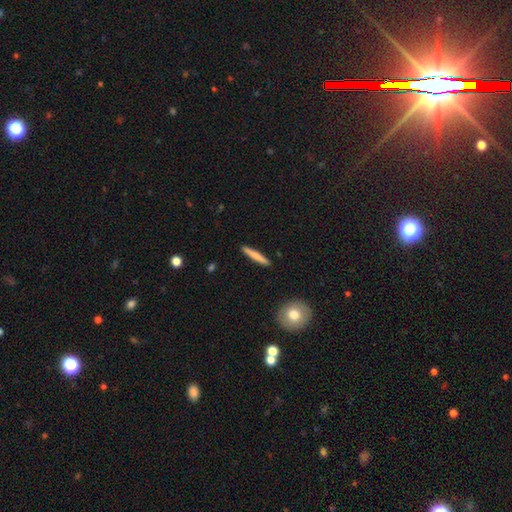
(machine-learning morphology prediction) This appears to be a smooth galaxy with no disk features (68%) that is cigar-shaped (94%). Merging: none (92%).